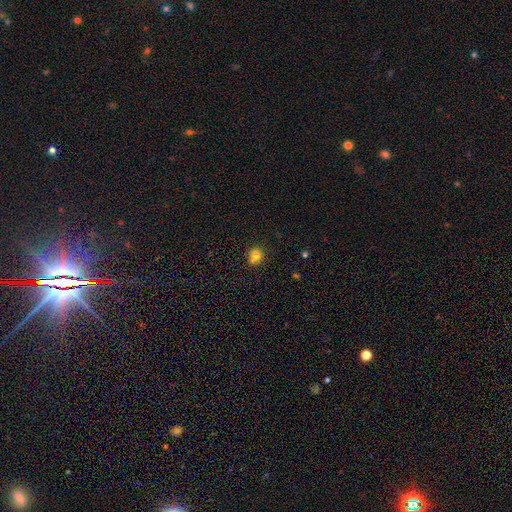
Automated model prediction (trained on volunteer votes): A smooth galaxy with no disk features (78%) that is round (87%). Merging: none (68%).